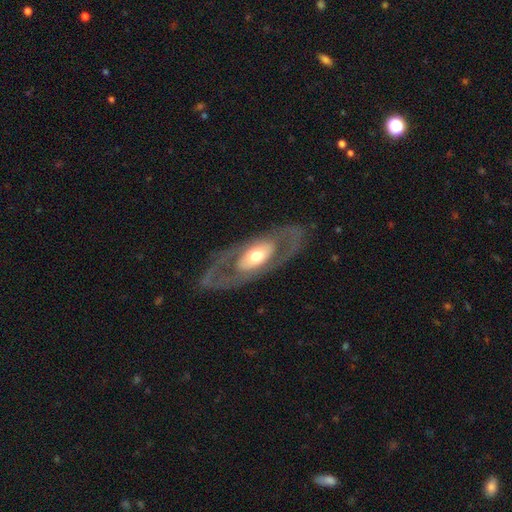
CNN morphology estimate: This is likely a featured or disk galaxy (68%). It is clearly not viewed edge-on (85%). Bar: clearly no (80%). Spiral arm pattern: likely no (69%). Central bulge: likely moderate (60%). Merging: likely none (79%).